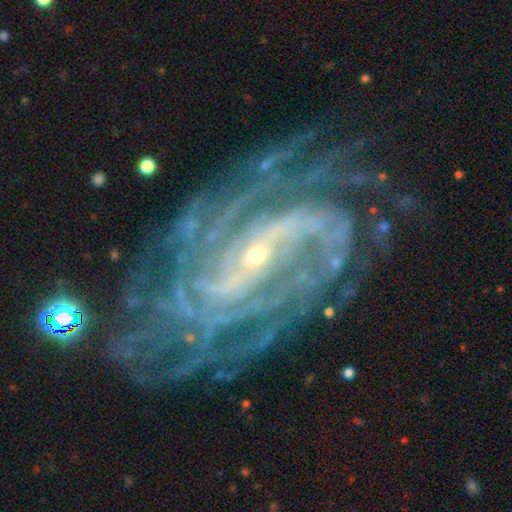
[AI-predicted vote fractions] A featured or disk galaxy (91%) with a weak bar (38%), tight (60%) spiral arms (98%) and a small central bulge (84%). Merging: none (73%).